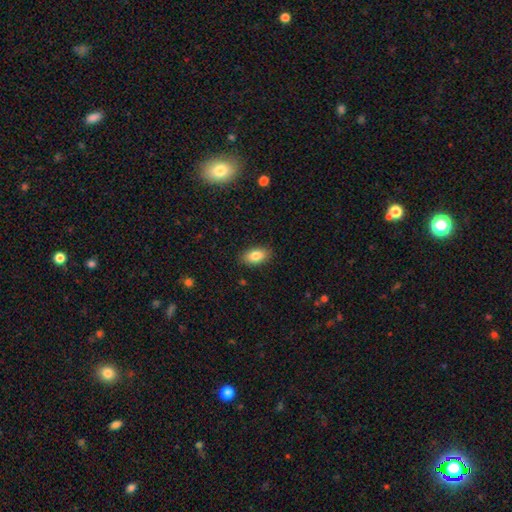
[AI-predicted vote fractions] Smooth or featured?
  - smooth: 83% *
  - featured or disk: 9%
  - star or artifact: 8%
How rounded?
  - in between: 91% *
  - round: 5%
  - cigar-shaped: 4%
Merging?
  - none: 88% *
  - minor disturbance: 9%
  - major disturbance: 2%
  - merger: 1%